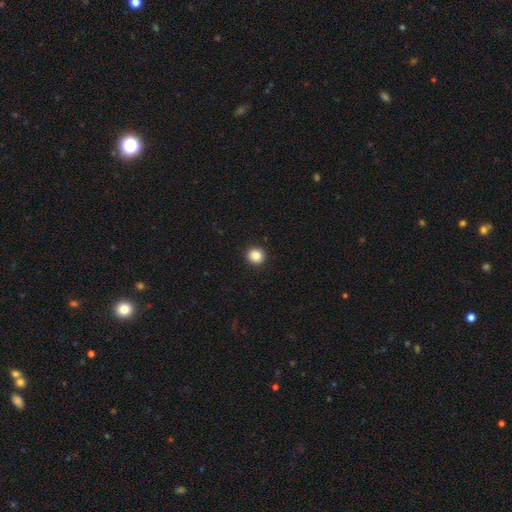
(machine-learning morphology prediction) Smooth or featured?
  - smooth: 88% *
  - star or artifact: 9%
  - featured or disk: 3%
How rounded?
  - round: 93% *
  - in between: 6%
  - cigar-shaped: 1%
Merging?
  - none: 93% *
  - minor disturbance: 5%
  - major disturbance: 2%
  - merger: 1%